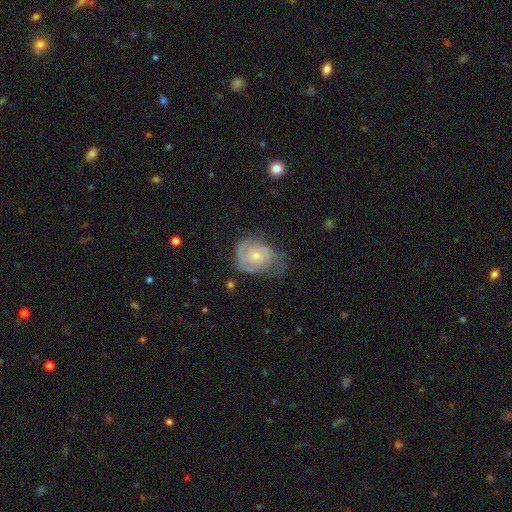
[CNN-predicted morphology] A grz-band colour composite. It shows a featured or disk galaxy (67%) with no bar (82%), tight (60%) spiral arms (82%) and a small central bulge (59%). Merging: none (42%).